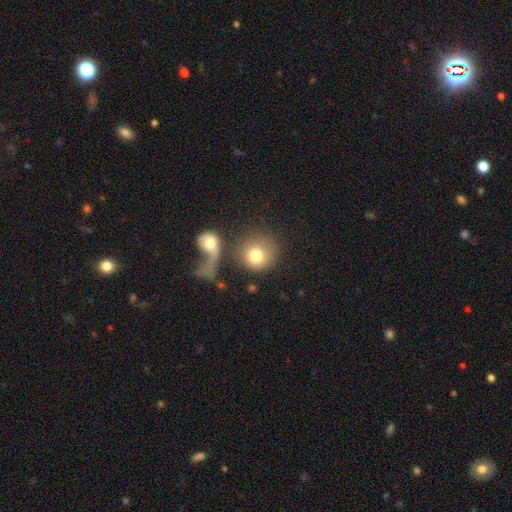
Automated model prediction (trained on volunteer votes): Smooth or featured?
  - smooth: 75% *
  - featured or disk: 16%
  - star or artifact: 8%
How rounded?
  - round: 89% *
  - in between: 10%
  - cigar-shaped: 1%
Merging?
  - none: 38% *
  - merger: 31%
  - major disturbance: 21%
  - minor disturbance: 10%